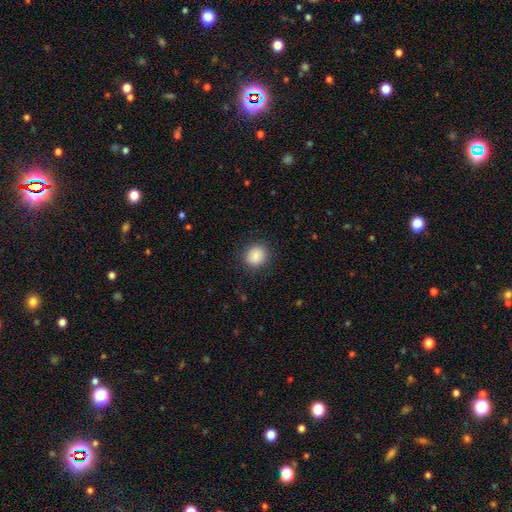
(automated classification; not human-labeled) Smooth or featured? Predicted: smooth (p=0.87). How rounded? Predicted: round (p=0.76). Merging? Predicted: none (p=0.87).